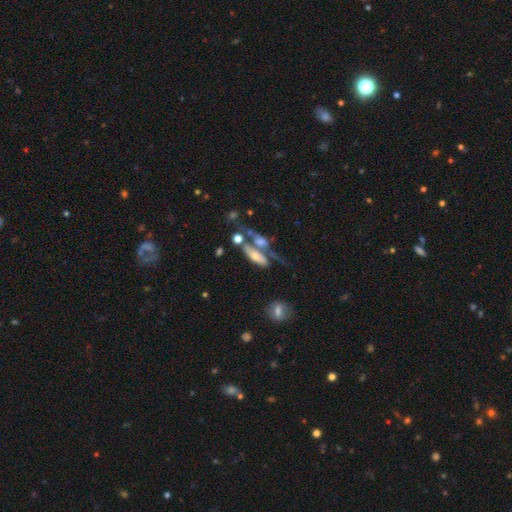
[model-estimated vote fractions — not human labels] Overall: featured or disk (48%; smooth 43%). Merging: merger (41%; none 26%).